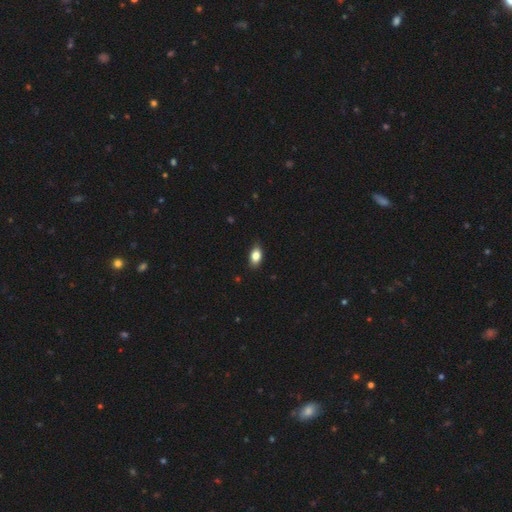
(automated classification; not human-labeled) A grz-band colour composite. It shows a smooth galaxy with no disk features (83%) that is in between round and cigar-shaped (89%). Merging: none (86%).